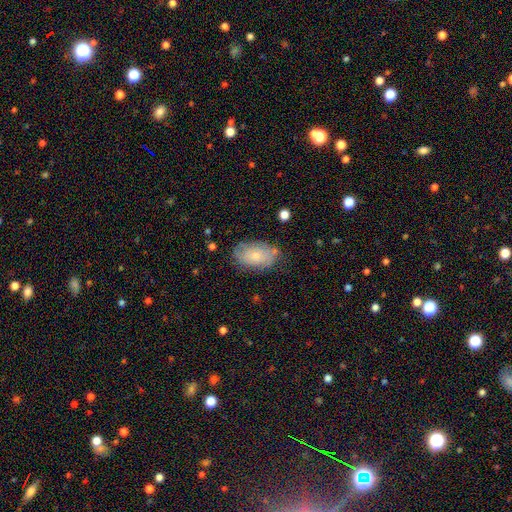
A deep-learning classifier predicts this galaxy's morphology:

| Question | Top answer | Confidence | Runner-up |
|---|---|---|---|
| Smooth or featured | smooth | 63% | featured or disk (30%) |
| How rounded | in between | 92% | round (7%) |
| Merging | none | 68% | minor disturbance (23%) |